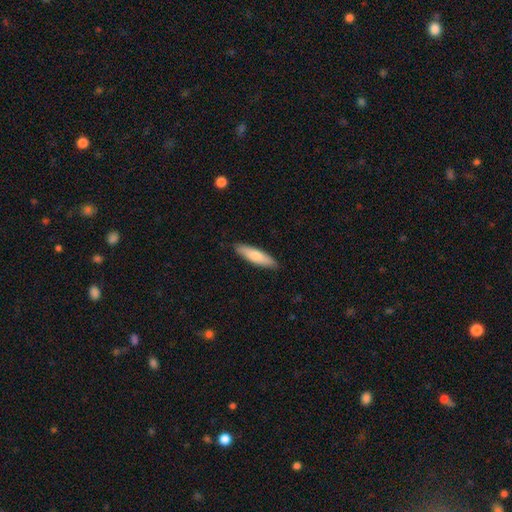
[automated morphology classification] Smooth or featured: smooth — 74% (featured or disk — 21%)
How rounded: cigar-shaped — 69% (in between — 30%)
Merging: none — 88% (minor disturbance — 10%)